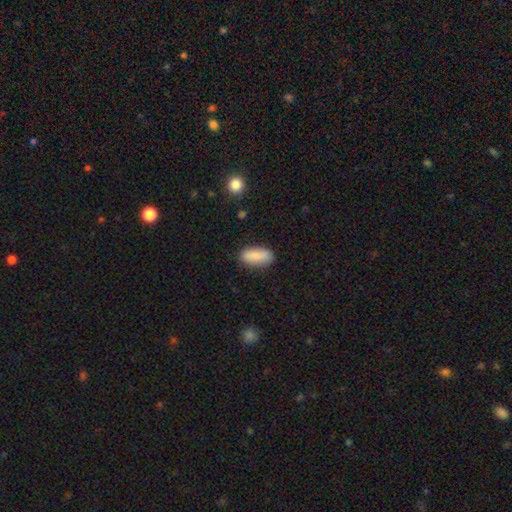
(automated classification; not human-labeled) Morphology: type=smooth (86%); roundness=in between (85%); merging=none (81%).